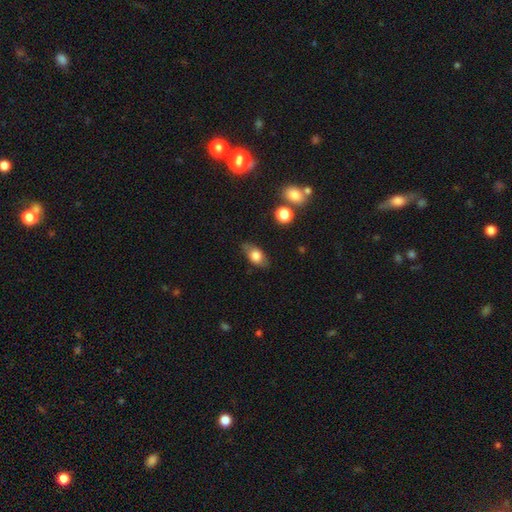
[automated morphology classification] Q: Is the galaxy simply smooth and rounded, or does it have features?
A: smooth — 72%.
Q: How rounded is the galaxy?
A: in between — 83%.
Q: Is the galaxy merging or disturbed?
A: none — 75%.